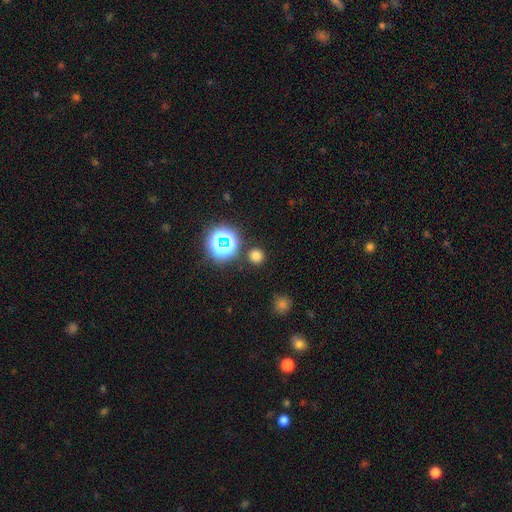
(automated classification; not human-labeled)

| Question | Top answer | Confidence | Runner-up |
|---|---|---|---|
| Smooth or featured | smooth | 70% | star or artifact (25%) |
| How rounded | round | 93% | in between (6%) |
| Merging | none | 88% | minor disturbance (6%) |